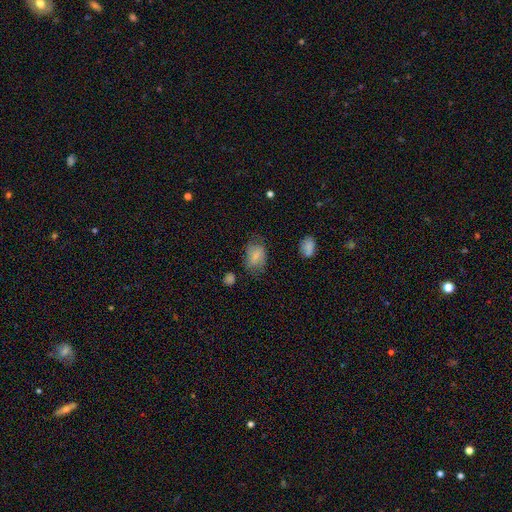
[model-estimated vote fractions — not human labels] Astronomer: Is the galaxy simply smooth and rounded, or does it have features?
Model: smooth — 70%.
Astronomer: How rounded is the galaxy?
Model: in between — 78%.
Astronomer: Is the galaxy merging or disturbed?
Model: none — 55%.